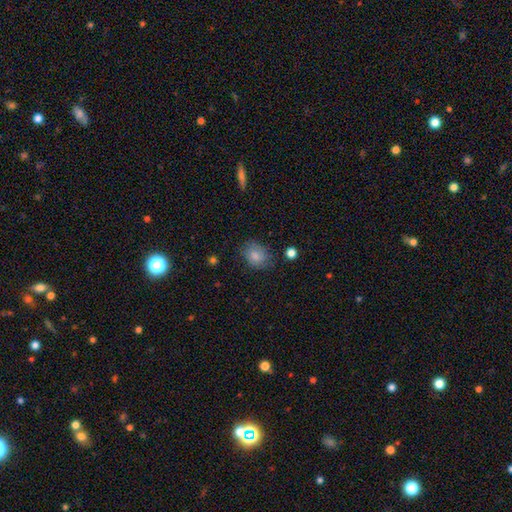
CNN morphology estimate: smooth 82%, featured or disk 9%, star or artifact 9%. Down the decision tree: how rounded — in between (52%); merging — none (74%).